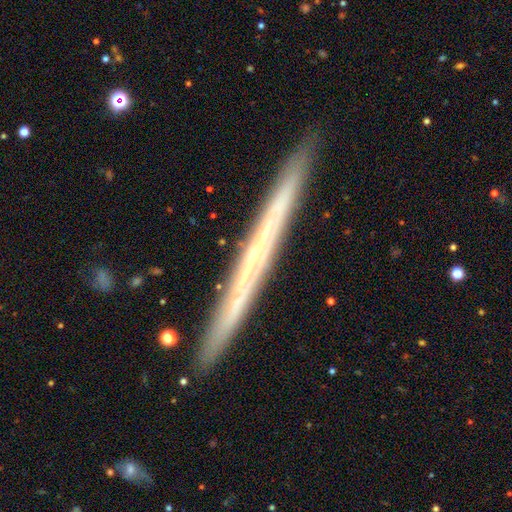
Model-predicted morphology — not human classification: A featured or disk galaxy (73%) viewed edge-on (96%) with no central bulge (69%).

Vote fractions:
- Smooth or featured? featured or disk: 73% / smooth: 20% / star or artifact: 7%
- Edge-on disk? yes: 96% / no: 4%
- Edge-on bulge? none: 69% / rounded: 28% / boxy: 3%
- Merging? none: 91% / minor disturbance: 7% / major disturbance: 1% / merger: 1%